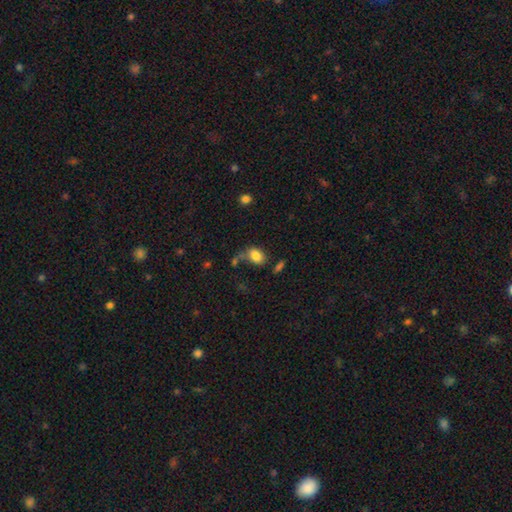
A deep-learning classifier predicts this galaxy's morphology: Q: Smooth or featured?
A: smooth (83%); runner-up: star or artifact (10%)
Q: How rounded?
A: in between (78%); runner-up: round (20%)
Q: Merging?
A: none (49%); runner-up: minor disturbance (21%)